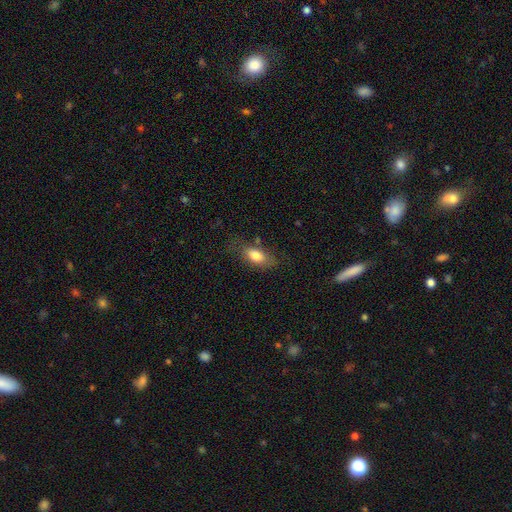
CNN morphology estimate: Overall: smooth (79%). How rounded: in between (86%). Merging: none (65%).